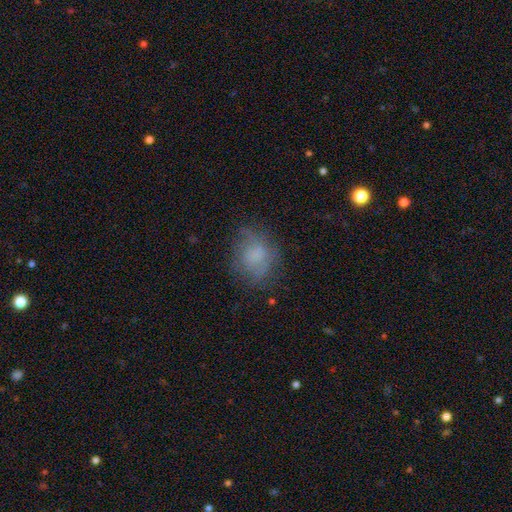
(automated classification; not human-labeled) Q: Smooth or featured?
A: smooth (58%); runner-up: featured or disk (30%)
Q: How rounded?
A: in between (49%); tied with: round (49%)
Q: Merging?
A: none (60%); runner-up: minor disturbance (24%)